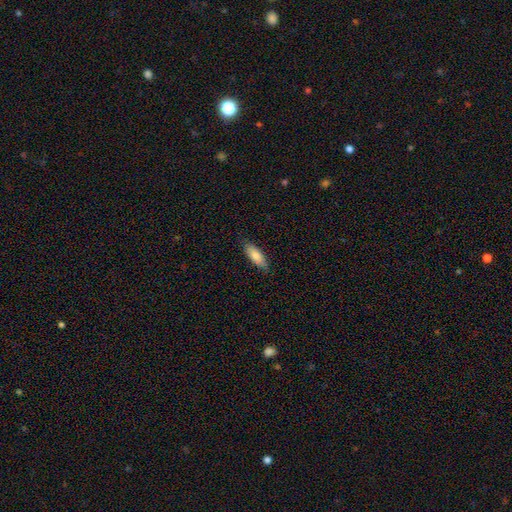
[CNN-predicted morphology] Smooth or featured?
  - smooth: 80% *
  - featured or disk: 14%
  - star or artifact: 6%
How rounded?
  - in between: 69% *
  - cigar-shaped: 30%
  - round: 2%
Merging?
  - none: 83% *
  - minor disturbance: 14%
  - major disturbance: 2%
  - merger: 1%